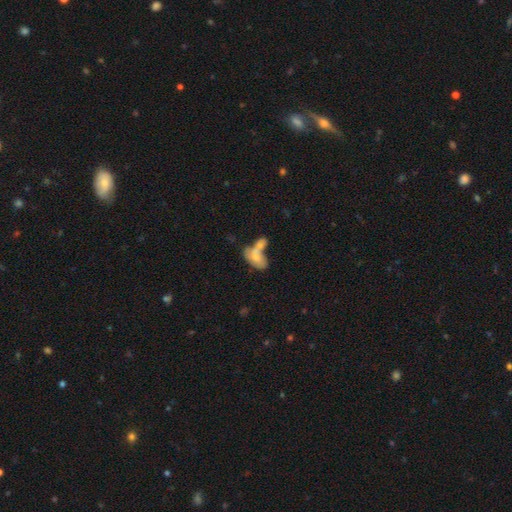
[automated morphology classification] Smooth or featured? Predicted: smooth (p=0.63). How rounded? Predicted: in between (p=0.90). Merging? Predicted: merger (p=0.62).